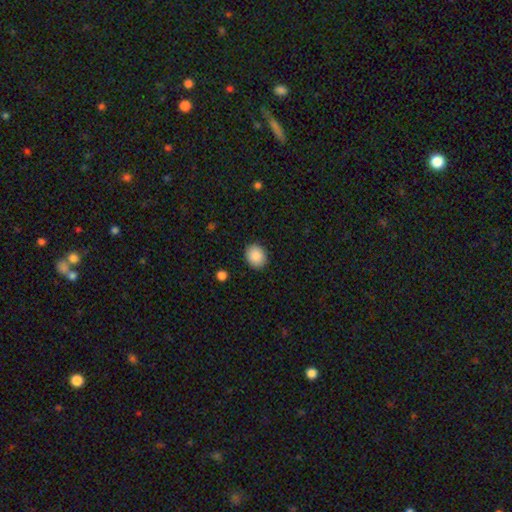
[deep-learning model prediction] Smooth or featured: smooth — 88% (star or artifact — 7%)
How rounded: round — 53% (in between — 47%)
Merging: none — 89% (minor disturbance — 8%)